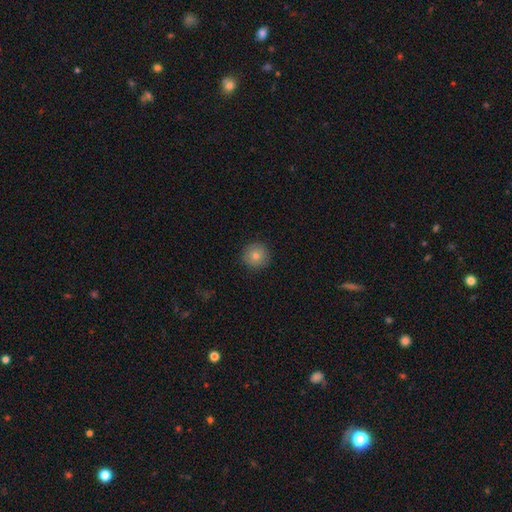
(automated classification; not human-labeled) smooth-or-featured: smooth: 77% | featured or disk: 13% | star or artifact: 10%
  how-rounded: round: 96% | in between: 3% | cigar-shaped: 1%
  merging: none: 91% | minor disturbance: 6% | major disturbance: 2% | merger: 1%